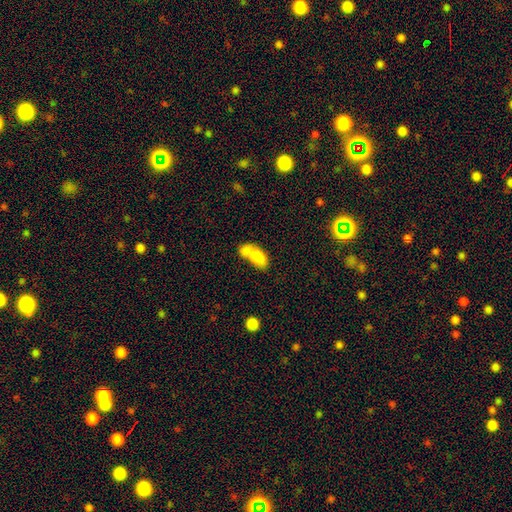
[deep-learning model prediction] Overall: smooth (77%). How rounded: in between (88%). Merging: merger (63%).